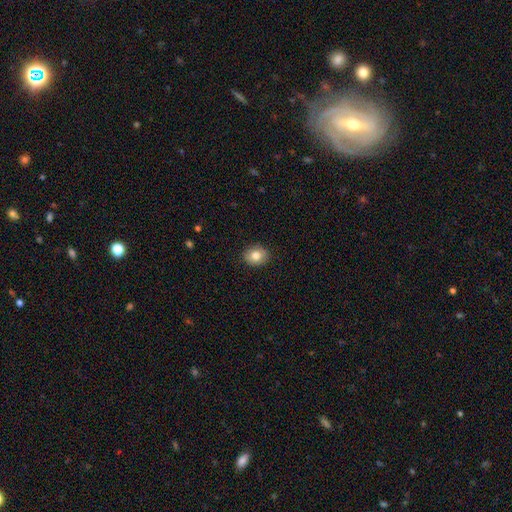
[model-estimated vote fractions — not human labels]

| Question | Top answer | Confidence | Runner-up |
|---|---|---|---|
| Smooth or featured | smooth | 82% | featured or disk (9%) |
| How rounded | round | 59% | in between (41%) |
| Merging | none | 90% | minor disturbance (7%) |